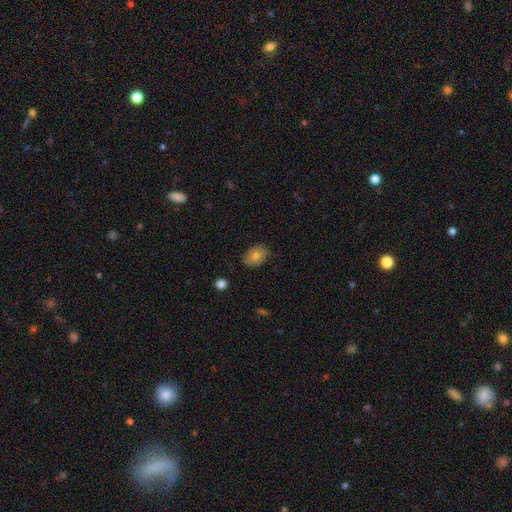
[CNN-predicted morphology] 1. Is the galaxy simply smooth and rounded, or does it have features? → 75% smooth, 16% featured or disk, 9% star or artifact.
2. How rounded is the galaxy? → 78% in between, 21% round, 1% cigar-shaped.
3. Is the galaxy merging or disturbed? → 82% none, 14% minor disturbance, 3% major disturbance, 1% merger.